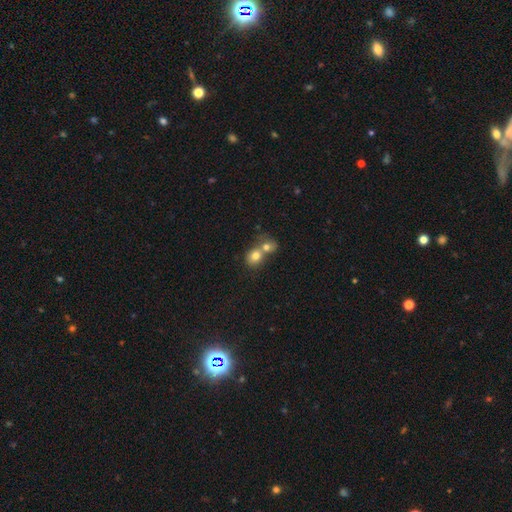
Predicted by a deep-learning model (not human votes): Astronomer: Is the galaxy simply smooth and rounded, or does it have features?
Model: smooth — 75%.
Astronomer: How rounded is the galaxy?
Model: round — 66%.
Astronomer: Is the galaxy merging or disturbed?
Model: merger — 67%.